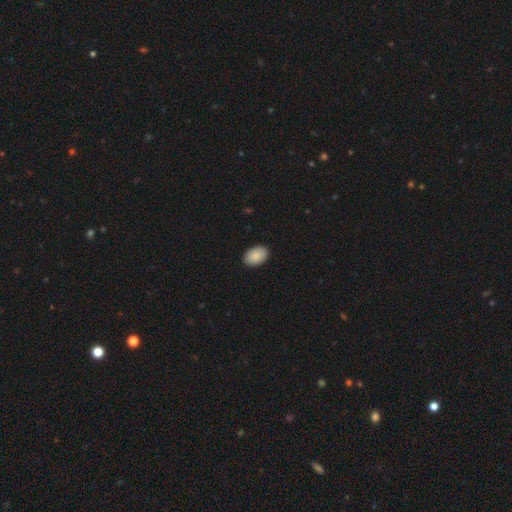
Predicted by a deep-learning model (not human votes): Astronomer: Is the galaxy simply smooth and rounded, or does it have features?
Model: smooth — 90%.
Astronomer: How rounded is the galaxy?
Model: in between — 89%.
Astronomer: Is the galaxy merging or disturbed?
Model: none — 90%.